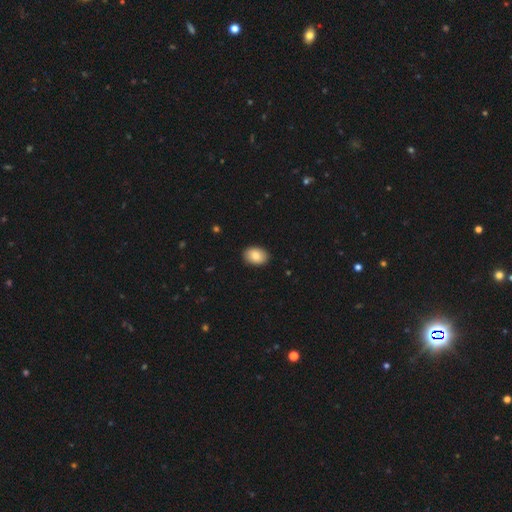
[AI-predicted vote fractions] The model was most divided on "how rounded": in between: 79%, round: 20%, cigar-shaped: 1%. More confident: merging — none (90%); smooth or featured — smooth (84%).